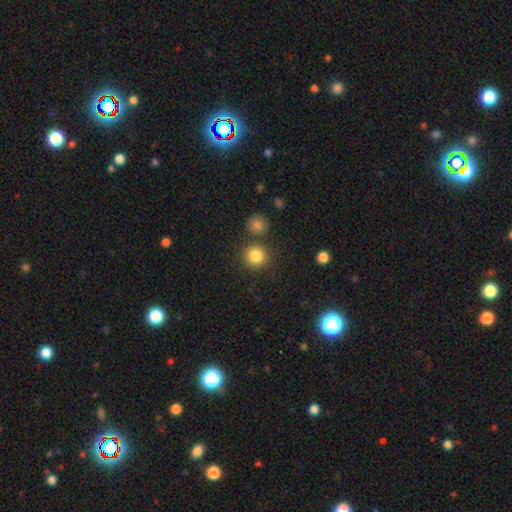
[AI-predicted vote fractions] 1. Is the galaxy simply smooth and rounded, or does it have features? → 84% smooth, 11% star or artifact, 5% featured or disk.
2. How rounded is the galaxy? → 92% round, 7% in between, 1% cigar-shaped.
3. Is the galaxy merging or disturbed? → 81% none, 8% merger, 8% minor disturbance, 3% major disturbance.